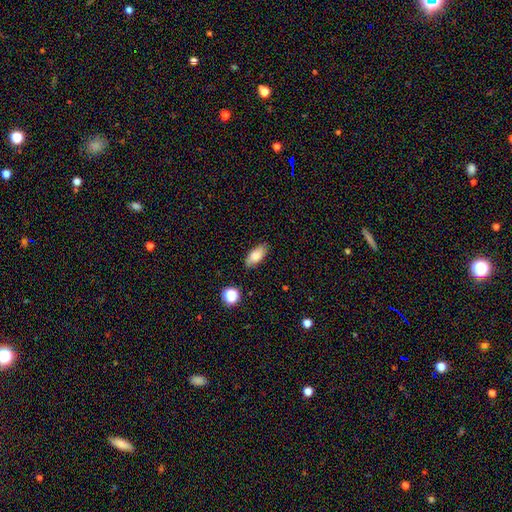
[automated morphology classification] Smooth or featured?
  - smooth: 80% *
  - featured or disk: 12%
  - star or artifact: 9%
How rounded?
  - in between: 89% *
  - cigar-shaped: 7%
  - round: 4%
Merging?
  - none: 81% *
  - minor disturbance: 14%
  - major disturbance: 3%
  - merger: 2%